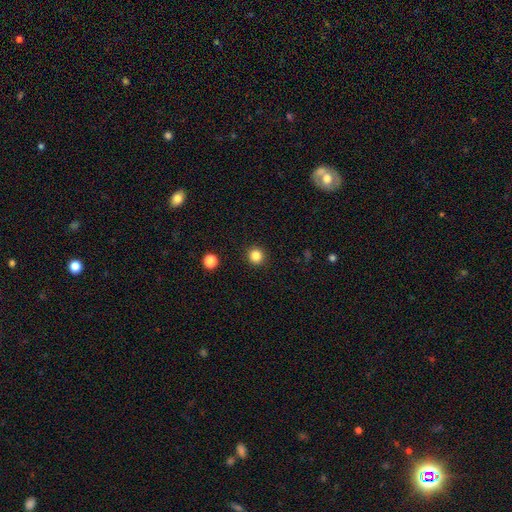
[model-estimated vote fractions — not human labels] smooth_or_featured: smooth (p=0.84) [alt: star or artifact p=0.12]
how_rounded: round (p=0.93) [alt: in between p=0.06]
merging: none (p=0.92) [alt: minor disturbance p=0.05]